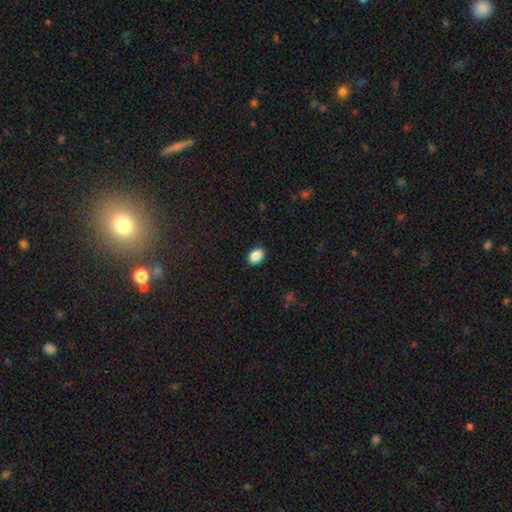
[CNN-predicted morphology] Smooth or featured: smooth — 88% (star or artifact — 8%)
How rounded: in between — 85% (round — 14%)
Merging: none — 87% (minor disturbance — 10%)